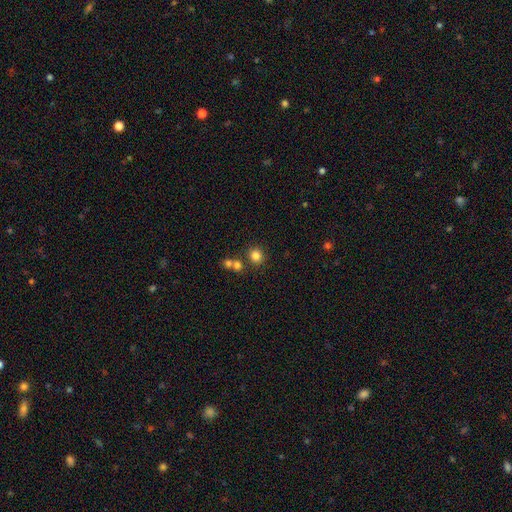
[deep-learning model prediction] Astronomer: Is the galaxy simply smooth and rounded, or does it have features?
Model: smooth — 81%.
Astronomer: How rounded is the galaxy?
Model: round — 89%.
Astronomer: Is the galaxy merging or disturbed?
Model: none — 75%.